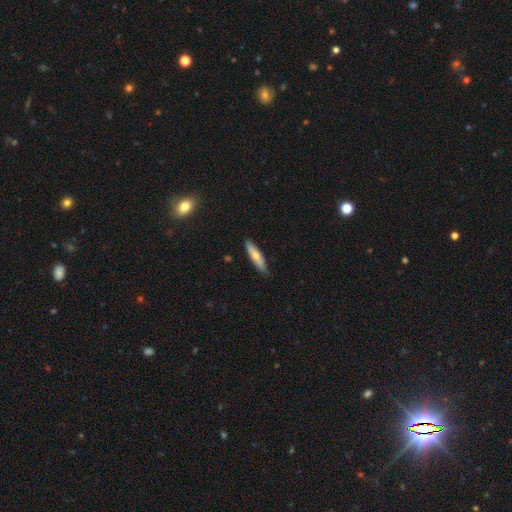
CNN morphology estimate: smooth-or-featured: smooth: 63% | featured or disk: 32% | star or artifact: 6%
  how-rounded: cigar-shaped: 78% | in between: 20% | round: 2%
  merging: none: 84% | minor disturbance: 13% | major disturbance: 2% | merger: 1%